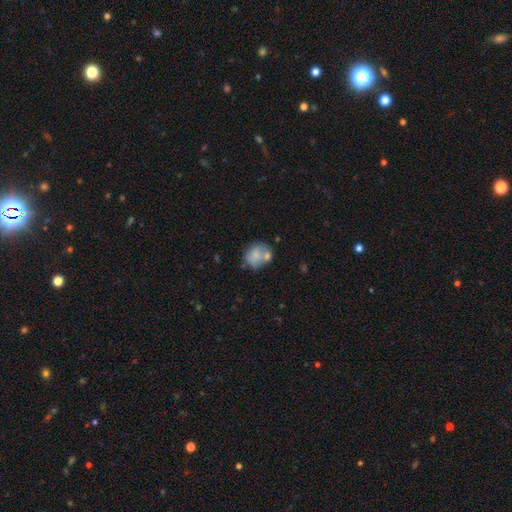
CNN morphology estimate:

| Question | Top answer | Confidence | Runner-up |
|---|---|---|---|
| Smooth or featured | smooth | 66% | featured or disk (26%) |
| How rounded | round | 61% | in between (38%) |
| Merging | none | 44% | merger (28%) |